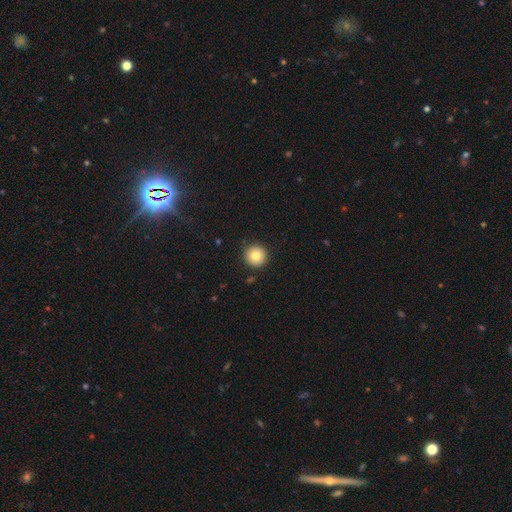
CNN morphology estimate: smooth_or_featured: smooth (p=0.80) [alt: featured or disk p=0.10]
how_rounded: round (p=0.96) [alt: in between p=0.03]
merging: none (p=0.88) [alt: minor disturbance p=0.09]